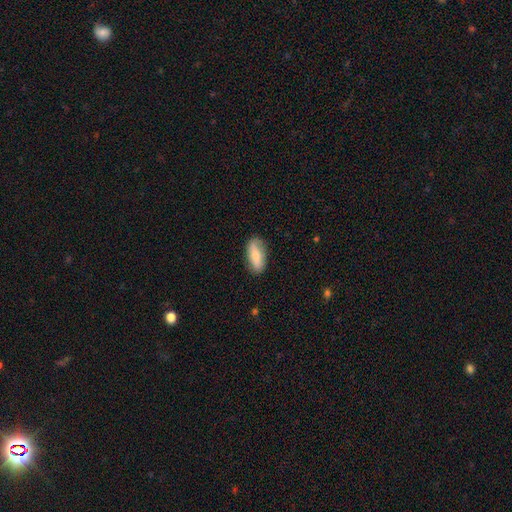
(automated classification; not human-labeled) smooth 68%, featured or disk 26%, star or artifact 6%. Down the decision tree: how rounded — in between (79%); merging — none (82%).